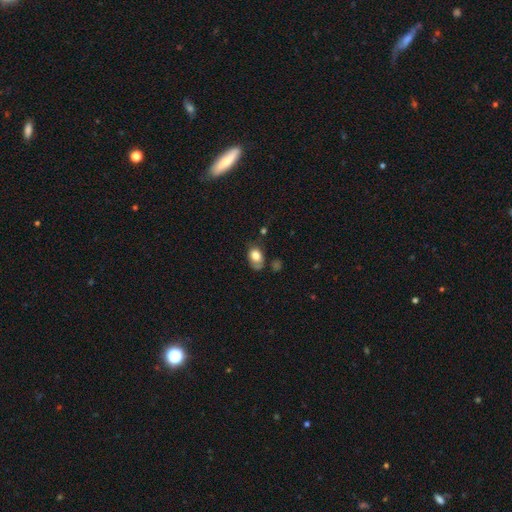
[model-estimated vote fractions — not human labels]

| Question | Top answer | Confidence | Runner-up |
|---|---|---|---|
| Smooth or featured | smooth | 74% | featured or disk (17%) |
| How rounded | in between | 82% | round (17%) |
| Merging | none | 50% | minor disturbance (30%) |